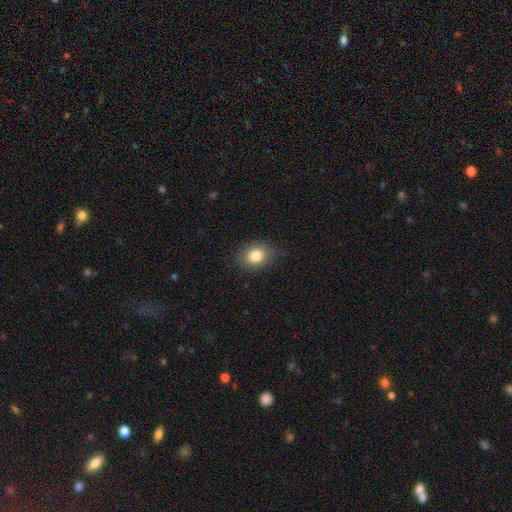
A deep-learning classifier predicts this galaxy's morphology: Smooth or featured? smooth (81%)
How rounded? in between (51%)
Merging? none (79%)